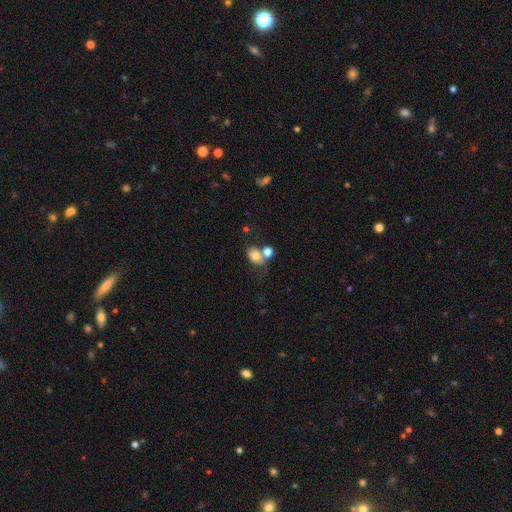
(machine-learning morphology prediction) Overall: smooth (73%). How rounded: in between (67%; round 31%). Merging: none (42%; merger 31%).